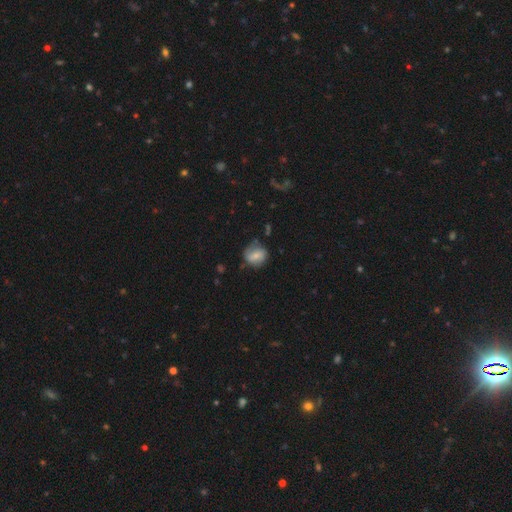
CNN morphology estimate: Smooth or featured? smooth (62%)
How rounded? round (69%)
Merging? none (63%)